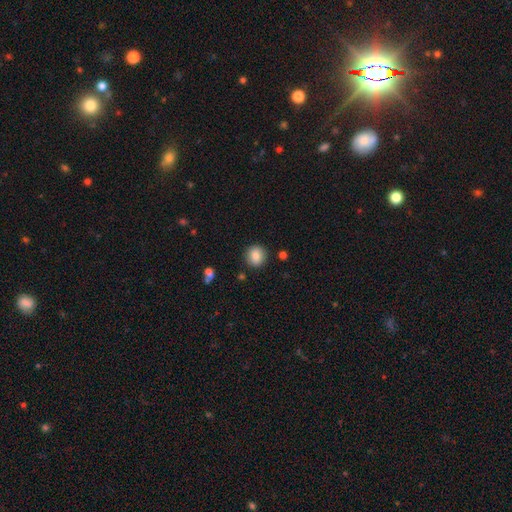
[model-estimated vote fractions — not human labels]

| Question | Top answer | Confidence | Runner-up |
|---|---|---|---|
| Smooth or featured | smooth | 85% | star or artifact (9%) |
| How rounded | round | 88% | in between (11%) |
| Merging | none | 88% | minor disturbance (7%) |